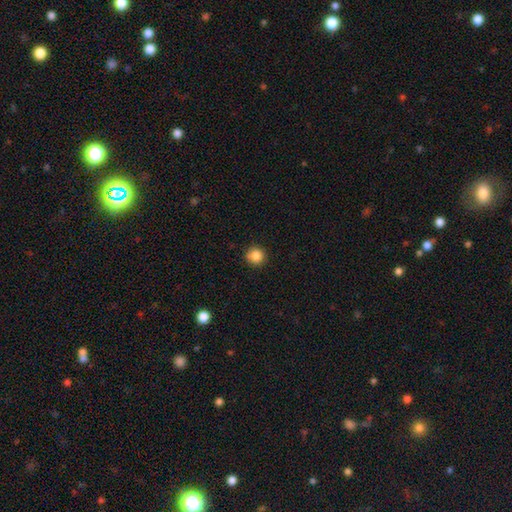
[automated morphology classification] Smooth or featured?
  - smooth: 86% *
  - star or artifact: 10%
  - featured or disk: 4%
How rounded?
  - round: 93% *
  - in between: 6%
  - cigar-shaped: 1%
Merging?
  - none: 90% *
  - minor disturbance: 7%
  - major disturbance: 2%
  - merger: 1%